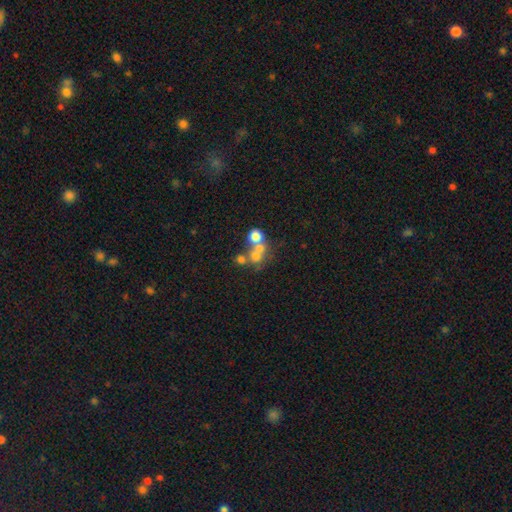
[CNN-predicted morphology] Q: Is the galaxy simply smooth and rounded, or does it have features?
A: smooth — 57%.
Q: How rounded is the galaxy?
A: round — 79%.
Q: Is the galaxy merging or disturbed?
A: merger — 54%.